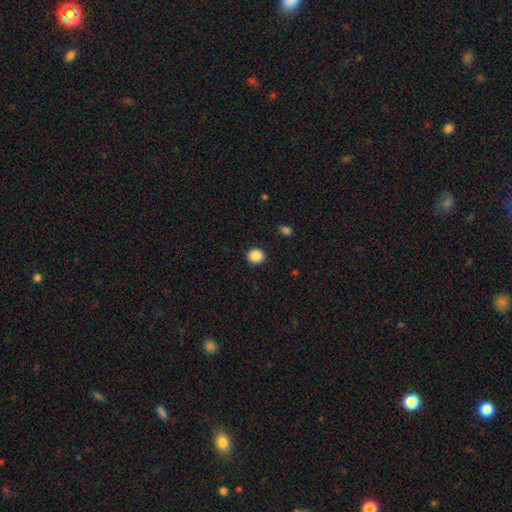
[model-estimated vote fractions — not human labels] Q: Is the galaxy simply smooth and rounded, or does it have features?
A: smooth — 88%.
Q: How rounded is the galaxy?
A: round — 89%.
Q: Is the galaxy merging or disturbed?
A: none — 91%.